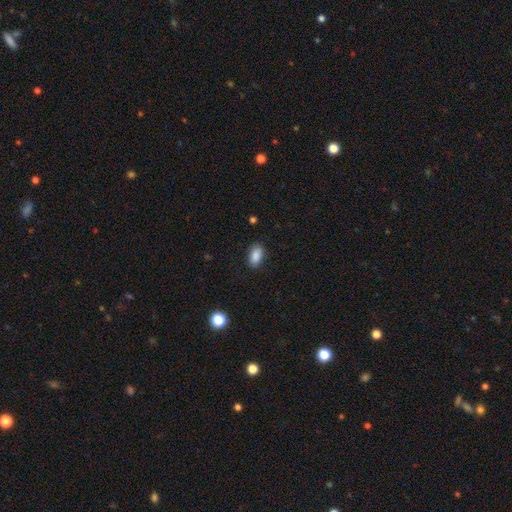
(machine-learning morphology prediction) A smooth galaxy with no disk features (88%) that is in between round and cigar-shaped (91%).

Vote fractions:
- Smooth or featured? smooth: 88% / star or artifact: 8% / featured or disk: 4%
- How rounded? in between: 91% / round: 6% / cigar-shaped: 3%
- Merging? none: 86% / minor disturbance: 11% / major disturbance: 2% / merger: 1%